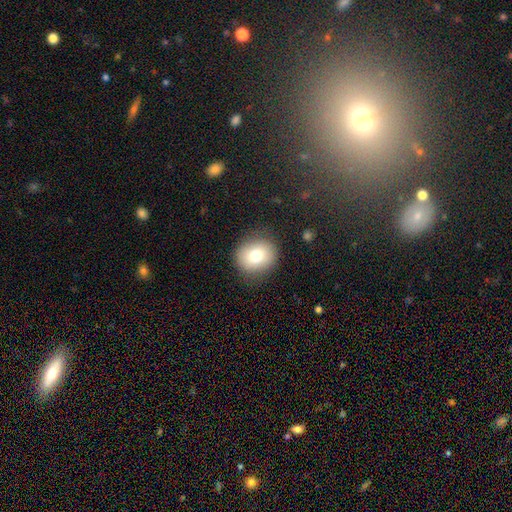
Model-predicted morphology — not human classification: type=smooth (77%); roundness=round (75%); merging=none (84%).